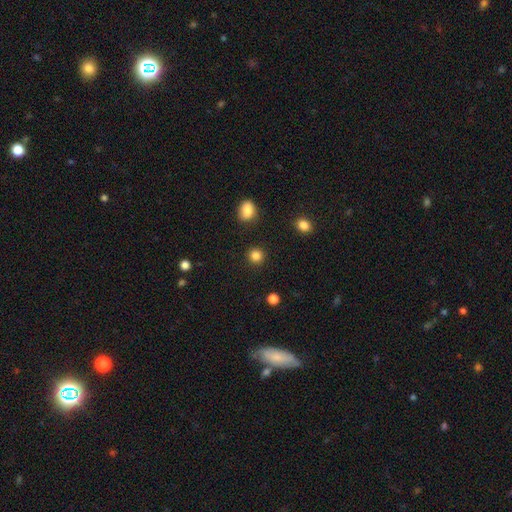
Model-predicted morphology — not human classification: Smooth or featured? Predicted: smooth (p=0.85). How rounded? Predicted: round (p=0.92). Merging? Predicted: none (p=0.91).